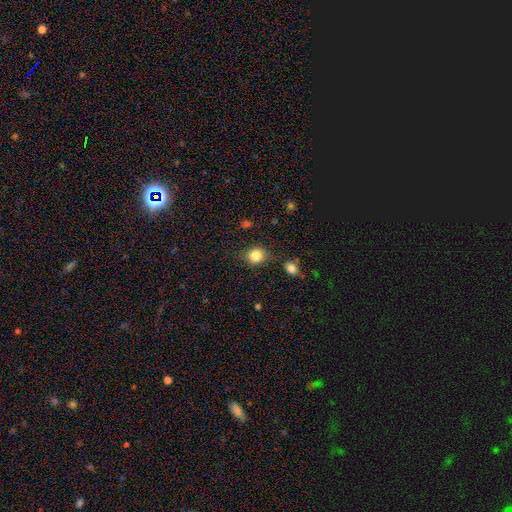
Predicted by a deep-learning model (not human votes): Smooth or featured: smooth — 83% (star or artifact — 11%)
How rounded: round — 75% (in between — 24%)
Merging: none — 80% (minor disturbance — 12%)